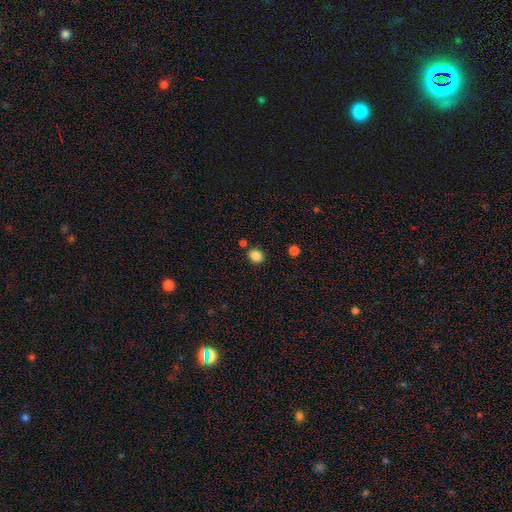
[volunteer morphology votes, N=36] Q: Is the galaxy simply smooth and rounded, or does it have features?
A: smooth — 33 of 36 (92%).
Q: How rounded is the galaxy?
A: round — 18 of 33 (55%).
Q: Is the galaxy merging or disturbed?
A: none — 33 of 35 (94%).